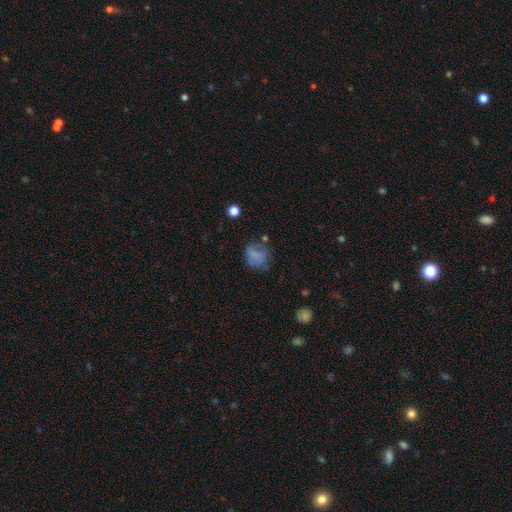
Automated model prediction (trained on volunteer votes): Morphology: type=smooth (62%); roundness=round (62%); merging=none (49%).